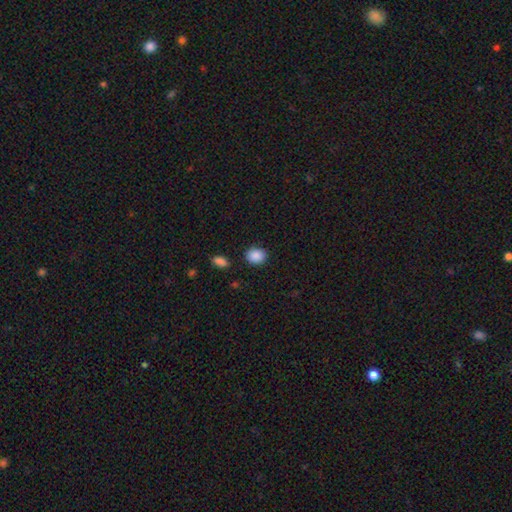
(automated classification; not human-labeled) This is clearly a smooth galaxy (89%). How rounded: possibly round (56%). Merging: clearly none (86%).